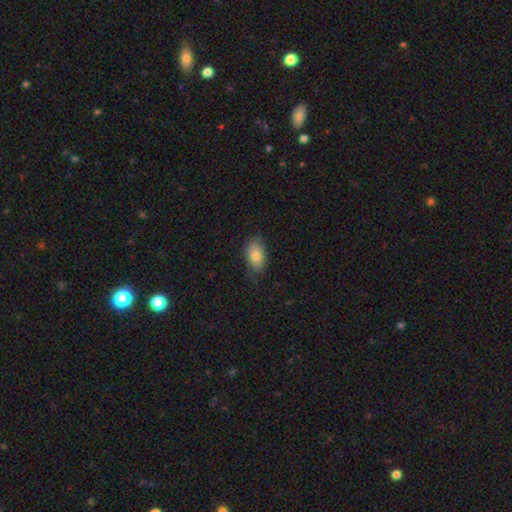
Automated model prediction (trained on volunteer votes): This appears to be a smooth galaxy with no disk features (78%) that is in between round and cigar-shaped (89%). Merging: none (70%).